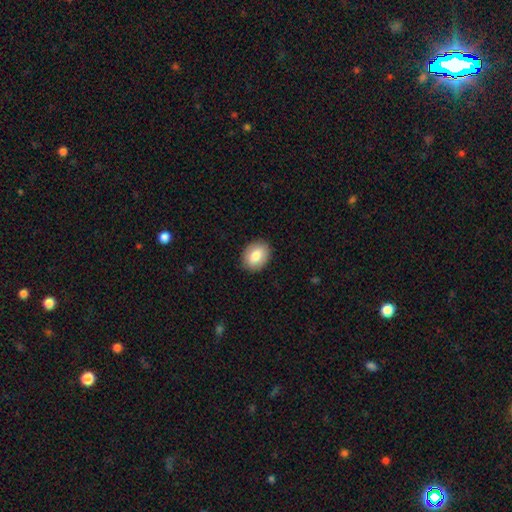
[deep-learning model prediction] A smooth galaxy with no disk features (82%) that is in between round and cigar-shaped (65%). Merging: none (89%).